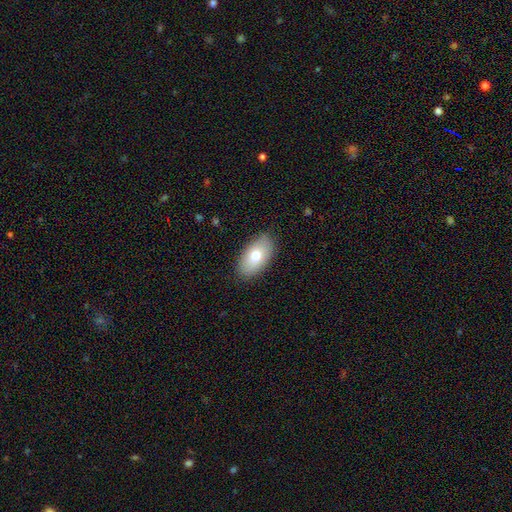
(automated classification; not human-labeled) smooth_or_featured: smooth (p=0.73) [alt: featured or disk p=0.20]
how_rounded: in between (p=0.93) [alt: round p=0.04]
merging: none (p=0.86) [alt: minor disturbance p=0.11]